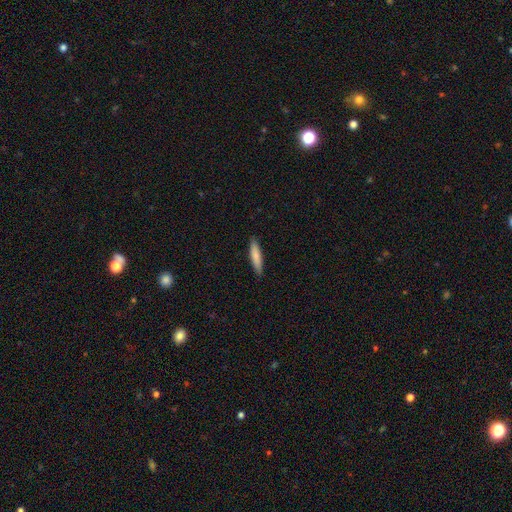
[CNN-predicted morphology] This appears to be a smooth galaxy with no disk features (80%) that is cigar-shaped (83%). Merging: none (89%).